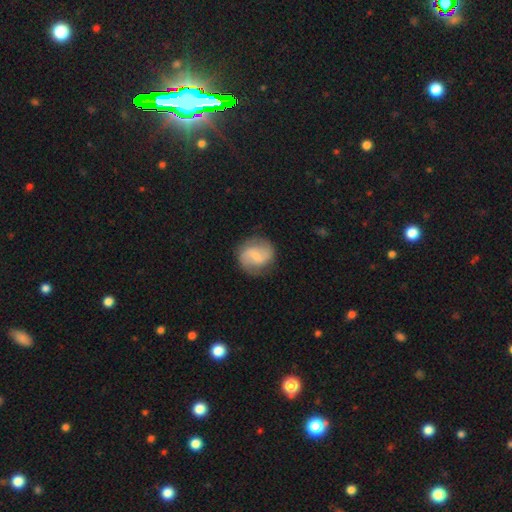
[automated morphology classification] Smooth or featured? Predicted: featured or disk (p=0.61). Edge-on disk? Predicted: no (p=0.98). Bar? Predicted: weak (p=0.54). Spiral arms? Predicted: yes (p=0.89). Spiral winding? Predicted: medium (p=0.45). Spiral arm count? Predicted: 2 (p=0.87). Bulge size? Predicted: small (p=0.59). Merging? Predicted: none (p=0.78).